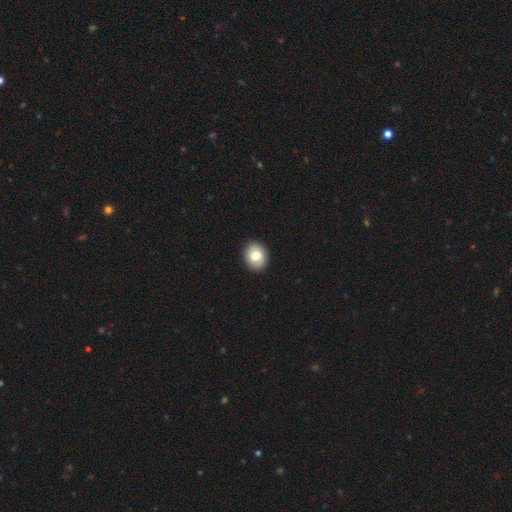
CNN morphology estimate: smooth-or-featured: smooth: 80% | featured or disk: 12% | star or artifact: 8%
  how-rounded: round: 56% | in between: 43% | cigar-shaped: 1%
  merging: none: 91% | minor disturbance: 7% | major disturbance: 2% | merger: 1%